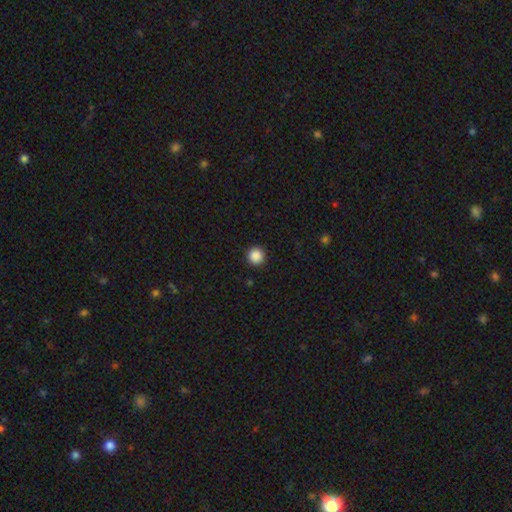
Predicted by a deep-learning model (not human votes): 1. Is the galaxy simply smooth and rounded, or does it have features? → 88% smooth, 10% star or artifact, 2% featured or disk.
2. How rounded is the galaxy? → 96% round, 3% in between, 1% cigar-shaped.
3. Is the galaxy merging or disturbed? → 93% none, 5% minor disturbance, 2% major disturbance, 1% merger.